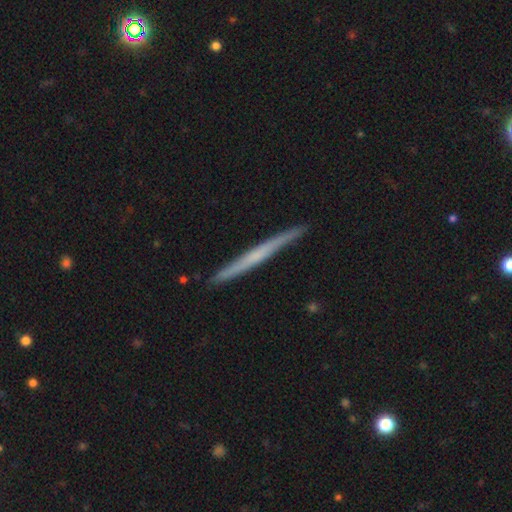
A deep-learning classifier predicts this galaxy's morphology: Overall: featured or disk (57%; smooth 37%). Edge-on disk: yes (97%). Edge-on bulge: none (77%). Merging: none (91%).